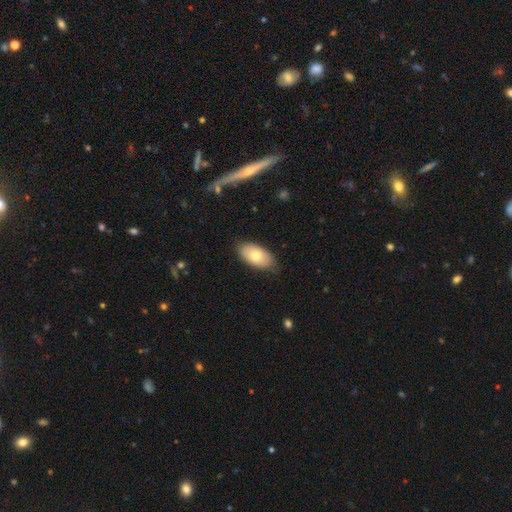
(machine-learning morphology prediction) This is likely a smooth galaxy (74%). How rounded: clearly in between (94%). Merging: likely none (79%).